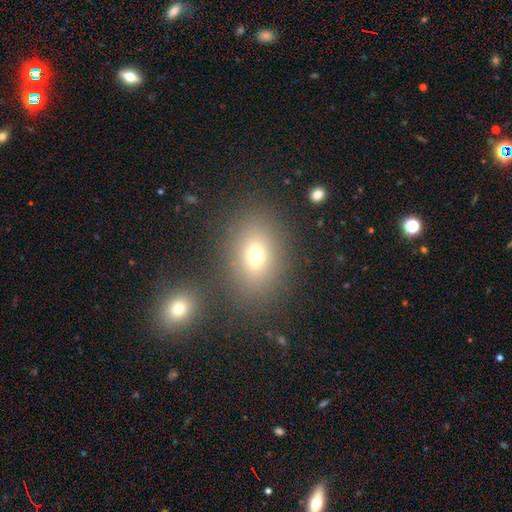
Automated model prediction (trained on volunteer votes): This is likely a smooth galaxy (71%). How rounded: likely in between (73%). Merging: likely none (78%).